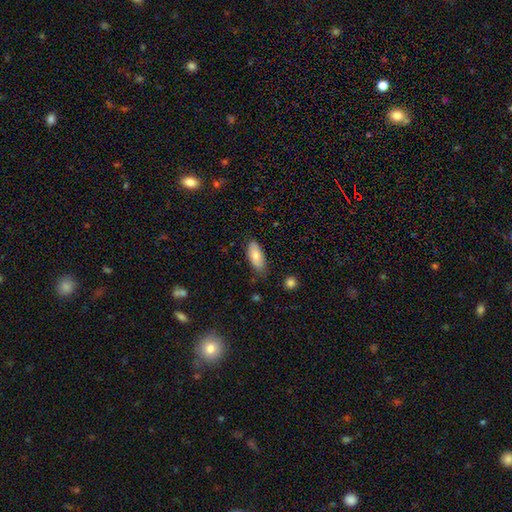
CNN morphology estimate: This appears to be a smooth galaxy with no disk features (79%) that is in between round and cigar-shaped (83%). Merging: none (75%).